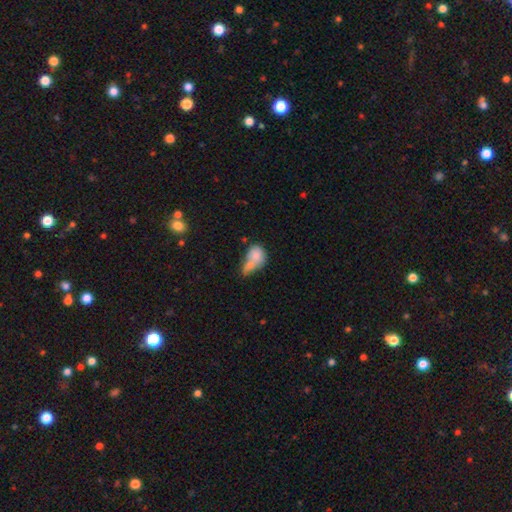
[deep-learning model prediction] Morphology: type=smooth (77%); roundness=in between (56%); merging=merger (65%).